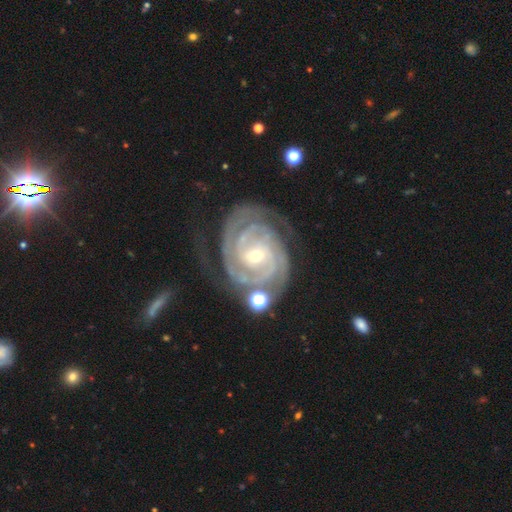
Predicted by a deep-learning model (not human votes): A featured or disk galaxy (93%) with no bar (48%), 2 (35%) tight (82%) spiral arms (99%) and a small central bulge (62%). Merging: none (67%).